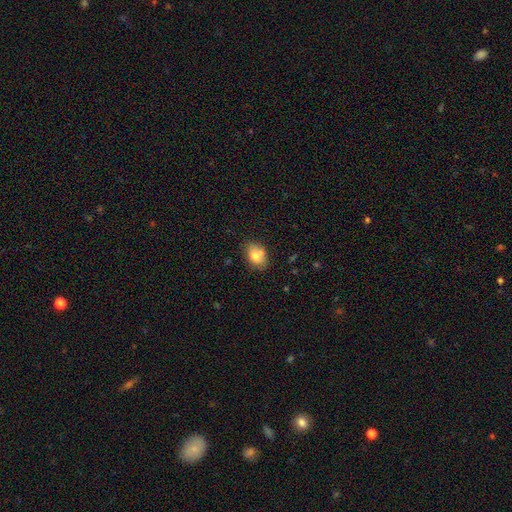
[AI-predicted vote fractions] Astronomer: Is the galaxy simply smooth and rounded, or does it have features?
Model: smooth — 76%.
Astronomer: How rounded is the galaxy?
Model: in between — 73%.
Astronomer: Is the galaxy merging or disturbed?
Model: none — 64%.